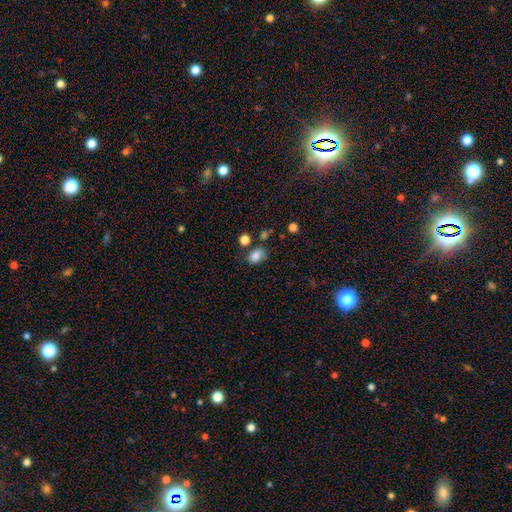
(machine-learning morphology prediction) Smooth or featured? Predicted: smooth (p=0.83). How rounded? Predicted: in between (p=0.72). Merging? Predicted: none (p=0.65).